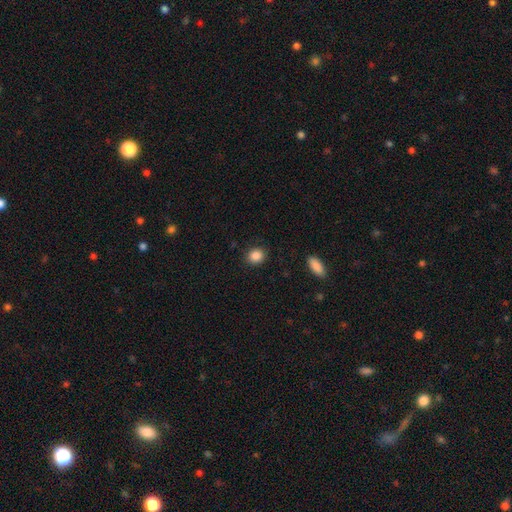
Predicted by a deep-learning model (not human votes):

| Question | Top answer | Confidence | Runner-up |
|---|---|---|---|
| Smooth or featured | smooth | 88% | star or artifact (9%) |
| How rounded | round | 74% | in between (25%) |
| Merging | none | 88% | minor disturbance (8%) |